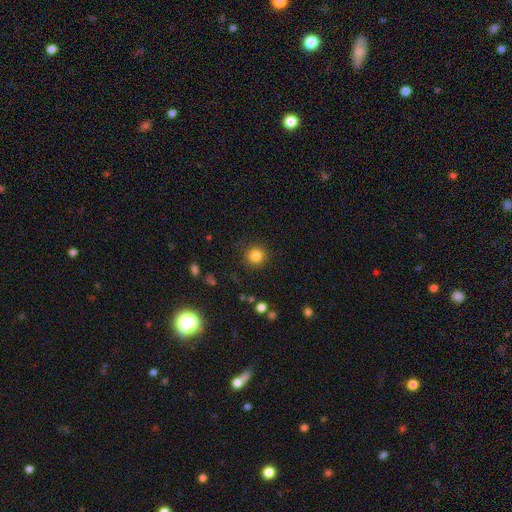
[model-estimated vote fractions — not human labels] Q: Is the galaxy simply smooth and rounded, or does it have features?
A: smooth — 83%.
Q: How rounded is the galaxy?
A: round — 93%.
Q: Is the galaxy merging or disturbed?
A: none — 89%.